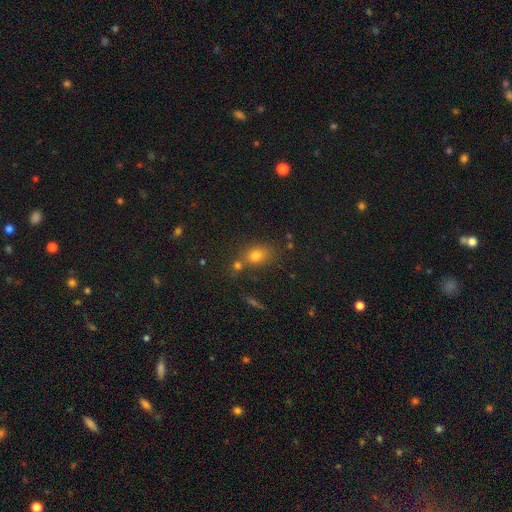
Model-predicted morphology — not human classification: Smooth or featured: smooth — 73% (star or artifact — 16%)
How rounded: in between — 57% (round — 40%)
Merging: none — 56% (merger — 25%)